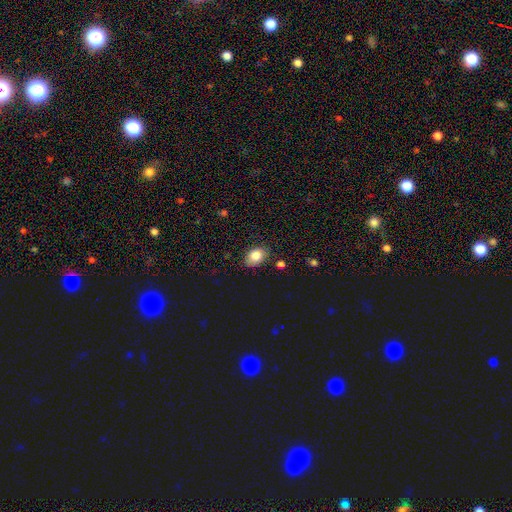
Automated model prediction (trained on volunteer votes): Overall: smooth (83%). How rounded: in between (77%). Merging: none (80%).